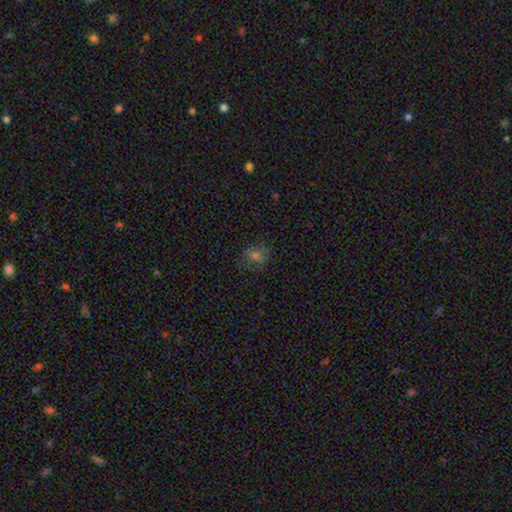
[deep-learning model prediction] smooth 70%, star or artifact 17%, featured or disk 13%. Down the decision tree: how rounded — round (71%); merging — none (78%).